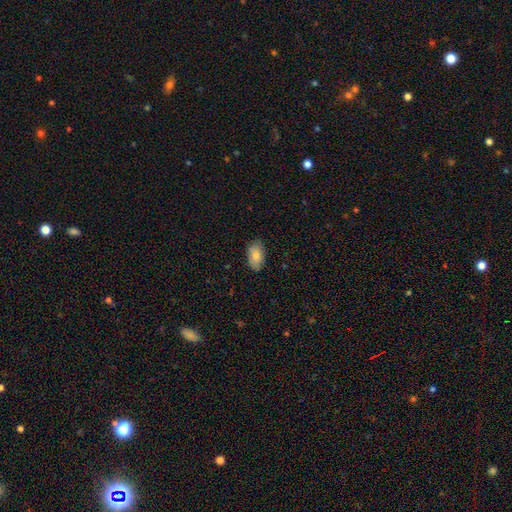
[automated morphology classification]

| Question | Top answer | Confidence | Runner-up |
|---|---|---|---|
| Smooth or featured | smooth | 80% | featured or disk (14%) |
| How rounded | in between | 93% | round (5%) |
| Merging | none | 82% | minor disturbance (15%) |